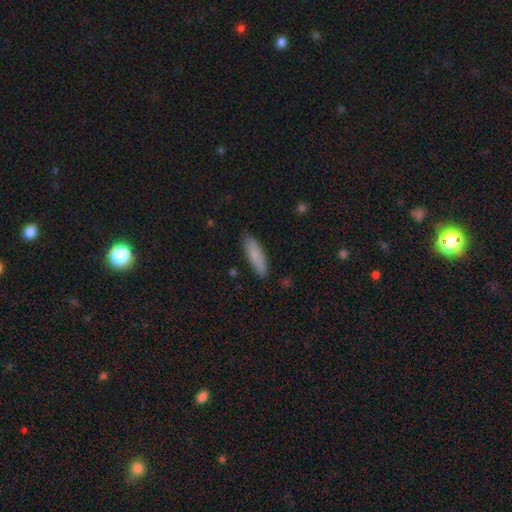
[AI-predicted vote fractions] smooth 83%, featured or disk 11%, star or artifact 6%. Down the decision tree: how rounded — cigar-shaped (60%); merging — none (85%).